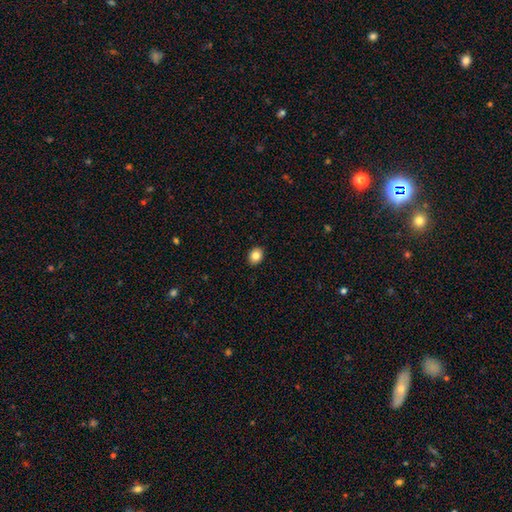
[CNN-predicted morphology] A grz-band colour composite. It shows a smooth galaxy with no disk features (84%) that is in between round and cigar-shaped (54%). Merging: none (91%).